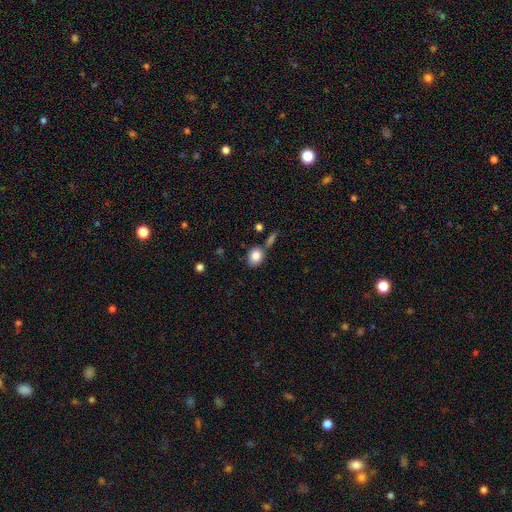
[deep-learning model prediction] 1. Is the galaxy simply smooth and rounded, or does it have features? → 84% smooth, 8% star or artifact, 7% featured or disk.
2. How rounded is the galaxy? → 53% in between, 46% round, 1% cigar-shaped.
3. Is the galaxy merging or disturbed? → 66% none, 15% minor disturbance, 15% merger, 5% major disturbance.